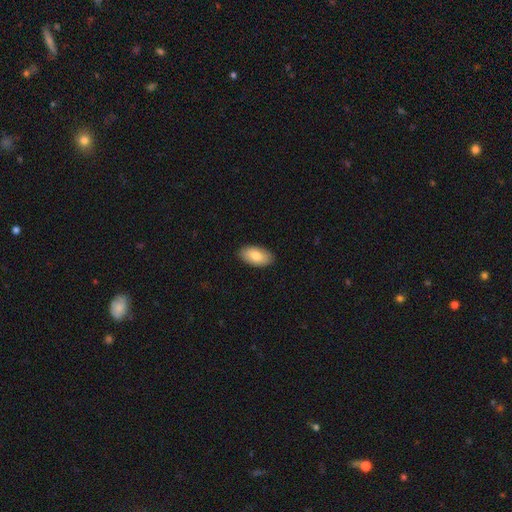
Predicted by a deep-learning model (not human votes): Overall: smooth (82%). How rounded: in between (95%). Merging: none (89%).